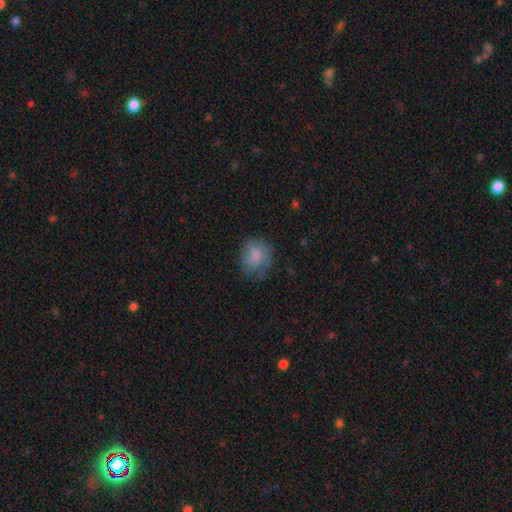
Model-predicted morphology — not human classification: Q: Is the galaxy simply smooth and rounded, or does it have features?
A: smooth — 68%.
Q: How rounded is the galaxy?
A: round — 70%.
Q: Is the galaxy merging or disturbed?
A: none — 62%.